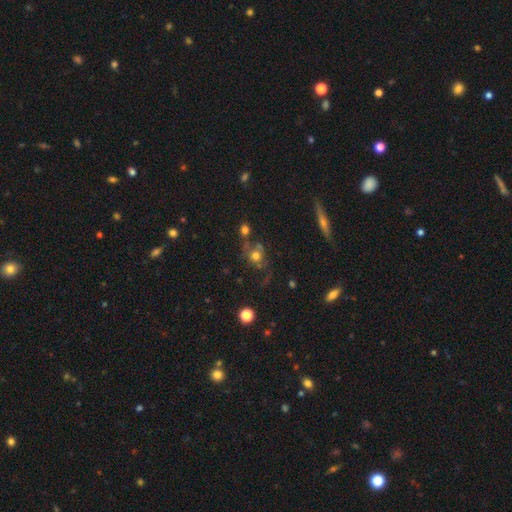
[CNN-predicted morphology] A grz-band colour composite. It shows a smooth galaxy with no disk features (58%) that is round (78%). Merging: none (51%).